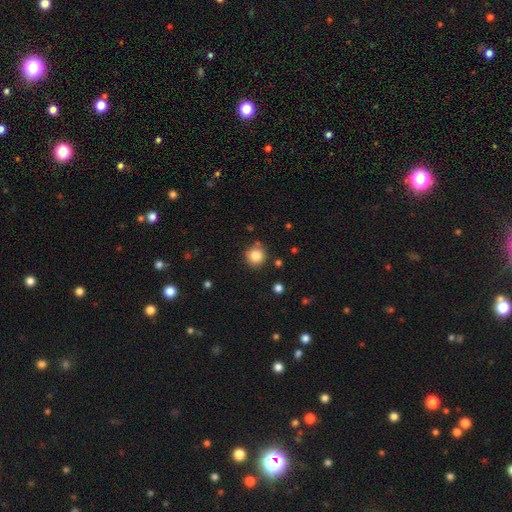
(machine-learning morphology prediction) smooth 84%, star or artifact 11%, featured or disk 6%. Down the decision tree: how rounded — round (93%); merging — none (83%).